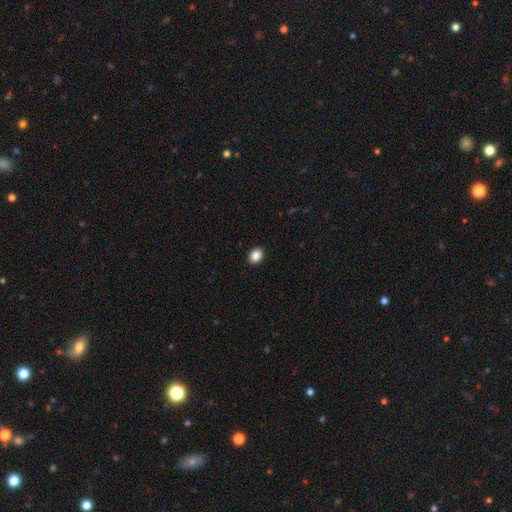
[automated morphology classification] Smooth or featured?
  - smooth: 87% *
  - star or artifact: 9%
  - featured or disk: 4%
How rounded?
  - round: 53% *
  - in between: 47%
  - cigar-shaped: 1%
Merging?
  - none: 92% *
  - minor disturbance: 6%
  - major disturbance: 2%
  - merger: 1%